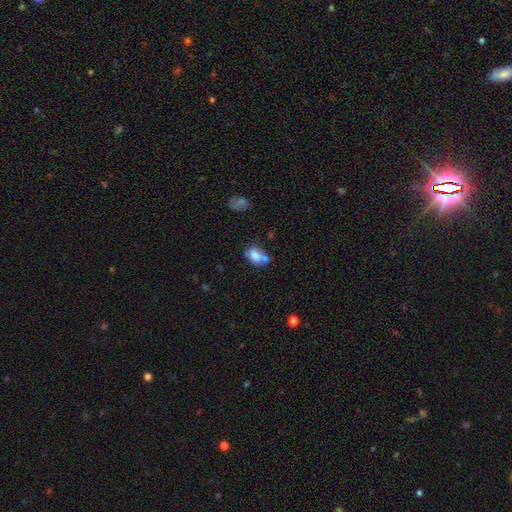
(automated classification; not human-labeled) A smooth galaxy with no disk features (73%) that is in between round and cigar-shaped (70%).

Vote fractions:
- Smooth or featured? smooth: 73% / featured or disk: 17% / star or artifact: 10%
- How rounded? in between: 70% / round: 28% / cigar-shaped: 2%
- Merging? merger: 40% / none: 34% / minor disturbance: 17% / major disturbance: 8%